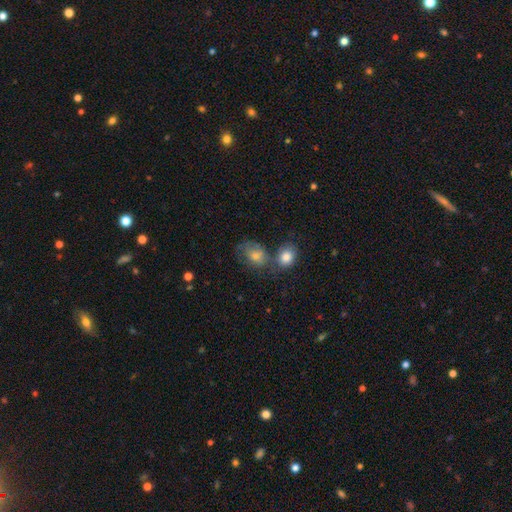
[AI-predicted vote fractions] Morphology: type=smooth (65%); roundness=in between (59%); merging=none (39%).